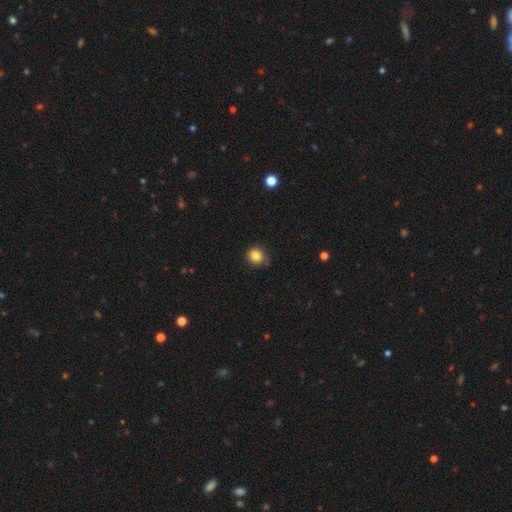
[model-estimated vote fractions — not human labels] Smooth or featured? smooth (83%)
How rounded? round (87%)
Merging? none (78%)